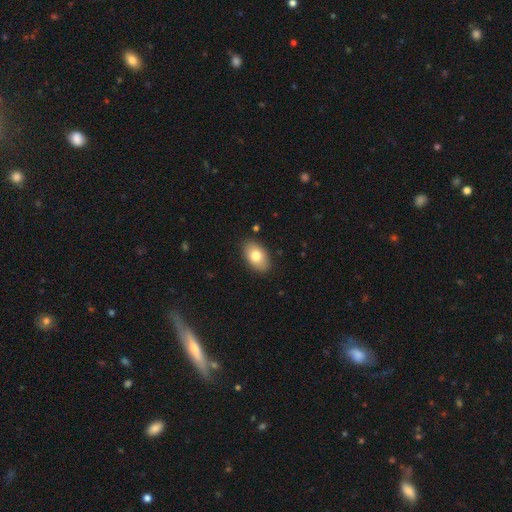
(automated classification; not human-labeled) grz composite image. It shows a smooth galaxy with no disk features (78%) that is in between round and cigar-shaped (90%). Merging: none (87%).